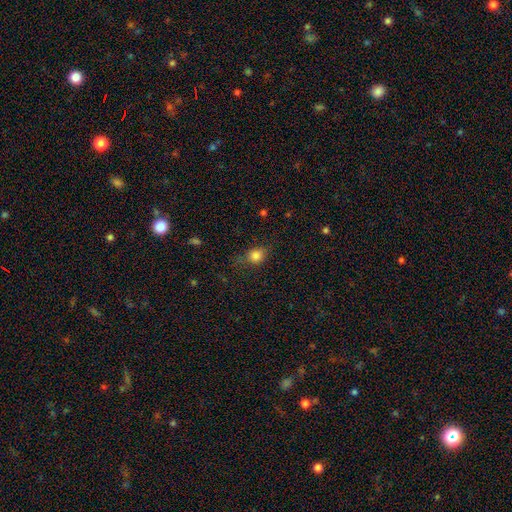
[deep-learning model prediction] Q: Smooth or featured?
A: smooth (81%); runner-up: star or artifact (11%)
Q: How rounded?
A: round (63%); runner-up: in between (36%)
Q: Merging?
A: none (63%); runner-up: minor disturbance (25%)